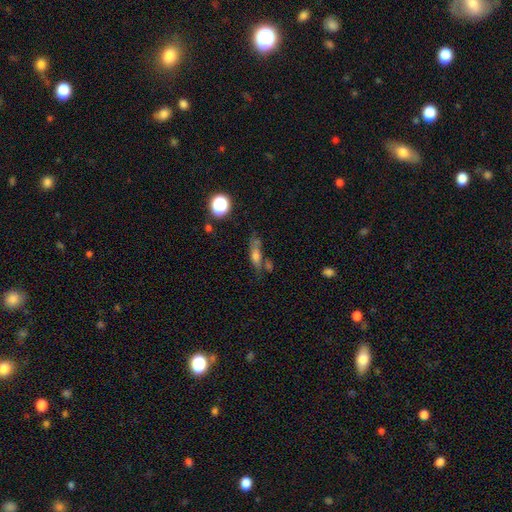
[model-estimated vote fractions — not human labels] smooth_or_featured: smooth (p=0.57) [alt: featured or disk p=0.27]
how_rounded: cigar-shaped (p=0.47) [alt: in between p=0.43]
merging: none (p=0.47) [alt: minor disturbance p=0.22]